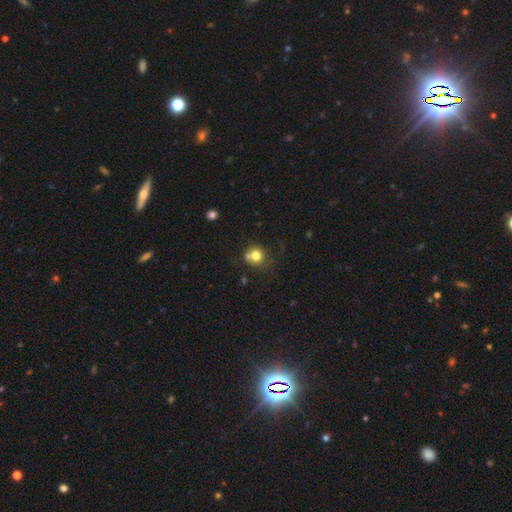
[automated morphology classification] Smooth or featured? smooth (76%)
How rounded? round (88%)
Merging? none (55%)